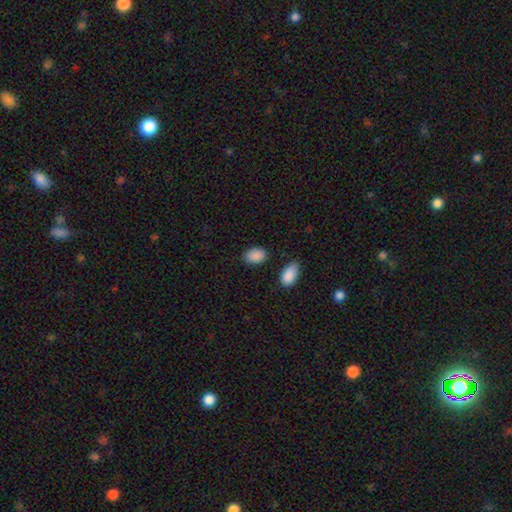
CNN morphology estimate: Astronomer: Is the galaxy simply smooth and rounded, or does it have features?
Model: smooth — 90%.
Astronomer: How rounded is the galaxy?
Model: in between — 84%.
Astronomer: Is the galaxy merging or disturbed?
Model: none — 81%.